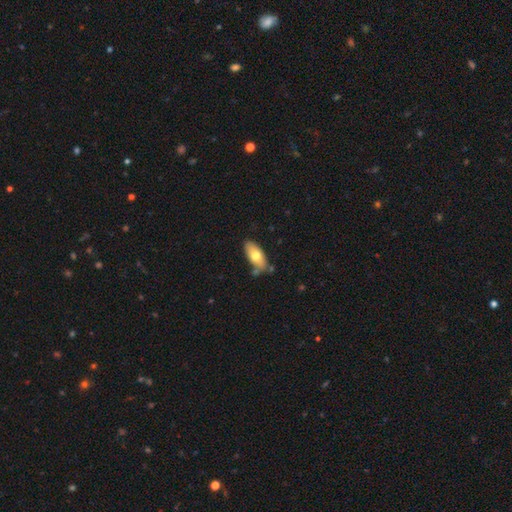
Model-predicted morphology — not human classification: Smooth or featured?
  - smooth: 70% *
  - featured or disk: 24%
  - star or artifact: 6%
How rounded?
  - in between: 89% *
  - cigar-shaped: 9%
  - round: 3%
Merging?
  - none: 68% *
  - minor disturbance: 21%
  - merger: 7%
  - major disturbance: 4%